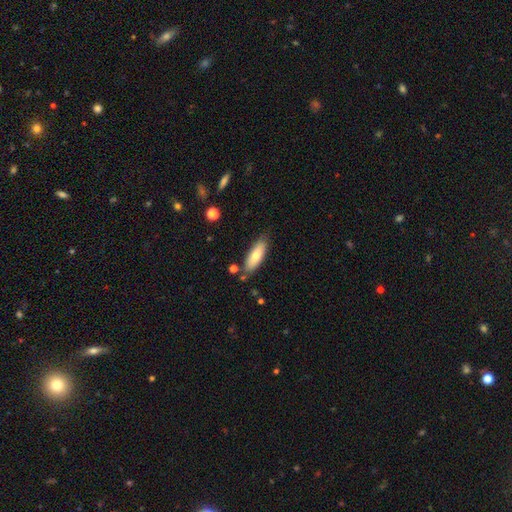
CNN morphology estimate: A smooth galaxy with no disk features (75%) that is in between round and cigar-shaped (59%).

Vote fractions:
- Smooth or featured? smooth: 75% / featured or disk: 19% / star or artifact: 6%
- How rounded? in between: 59% / cigar-shaped: 39% / round: 2%
- Merging? none: 80% / minor disturbance: 14% / merger: 4% / major disturbance: 2%